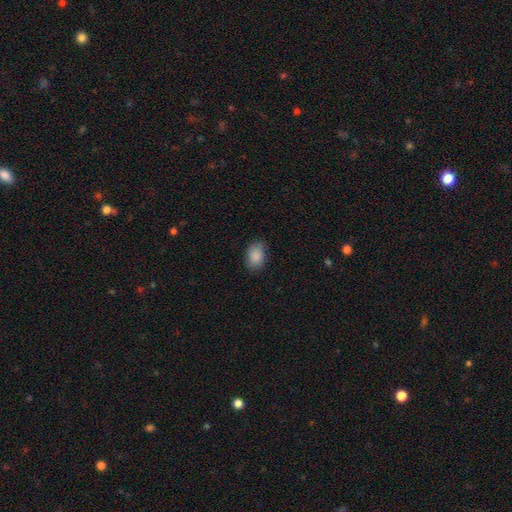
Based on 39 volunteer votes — A smooth galaxy with no disk features (90%) that is in between round and cigar-shaped (69%).

Vote fractions:
- Smooth or featured? smooth: 90% / featured or disk: 5% / star or artifact: 5%
- How rounded? in between: 69% / round: 31% / cigar-shaped: 0%
- Merging? none: 78% / minor disturbance: 14% / major disturbance: 5% / merger: 3%